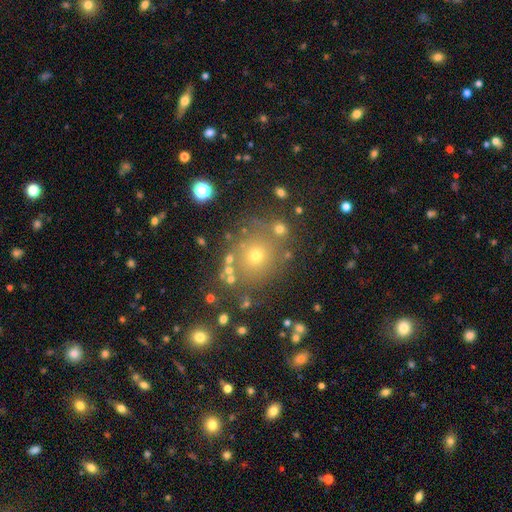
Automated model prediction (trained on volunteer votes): This is likely a smooth galaxy (62%). How rounded: clearly round (84%). Merging: likely none (78%).